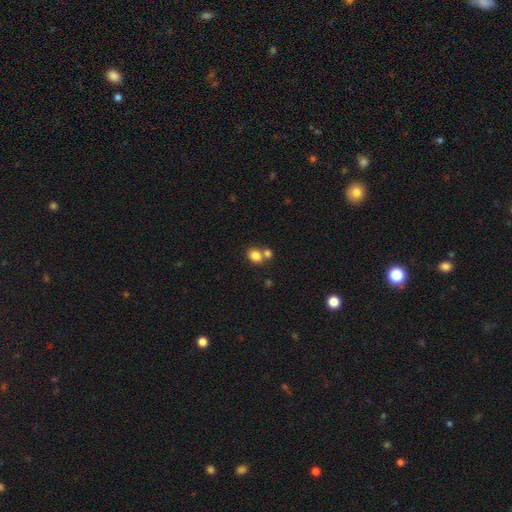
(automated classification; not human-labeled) The model was most divided on "merging": none: 50%, merger: 39%, minor disturbance: 8%, major disturbance: 3%. More confident: smooth or featured — smooth (82%); how rounded — round (62%).